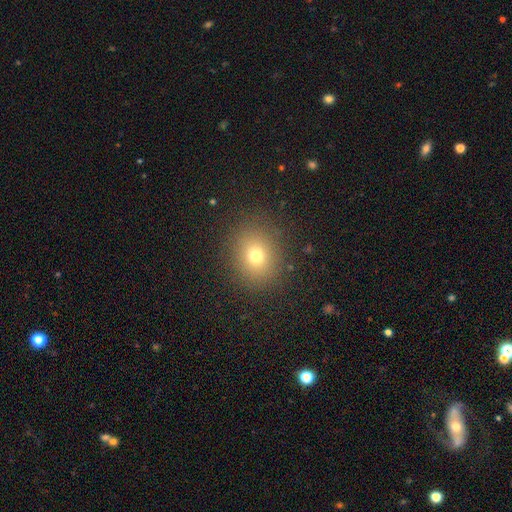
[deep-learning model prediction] The model was most divided on "how rounded": round: 74%, in between: 25%, cigar-shaped: 1%. More confident: merging — none (87%); smooth or featured — smooth (73%).